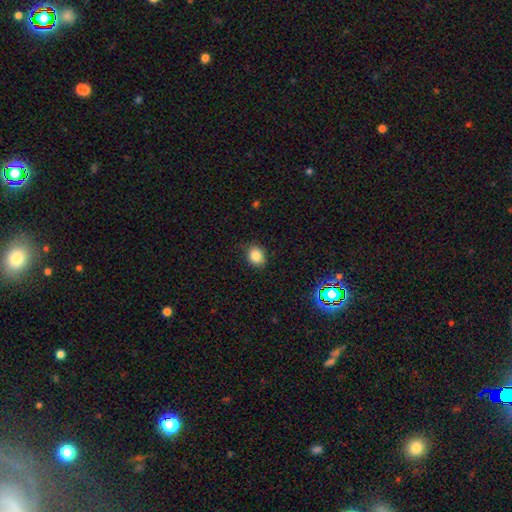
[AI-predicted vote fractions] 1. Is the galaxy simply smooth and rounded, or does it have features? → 83% smooth, 11% star or artifact, 6% featured or disk.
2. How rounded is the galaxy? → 65% round, 34% in between, 1% cigar-shaped.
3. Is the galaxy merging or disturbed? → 82% none, 14% minor disturbance, 3% major disturbance, 1% merger.